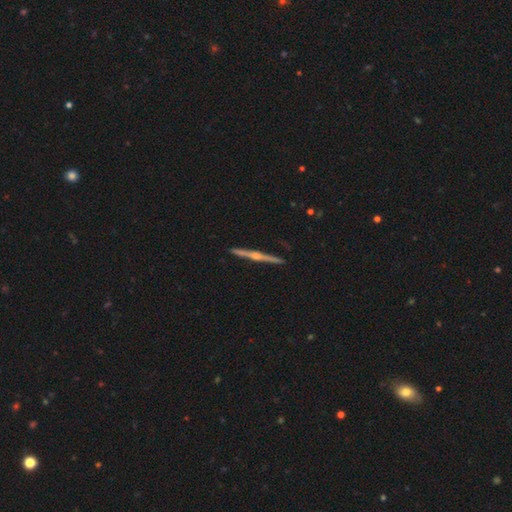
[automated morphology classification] Q: Smooth or featured?
A: featured or disk (81%); runner-up: smooth (14%)
Q: Edge-on disk?
A: yes (99%); runner-up: no (1%)
Q: Edge-on bulge?
A: rounded (83%); runner-up: none (9%)
Q: Merging?
A: none (92%); runner-up: minor disturbance (5%)